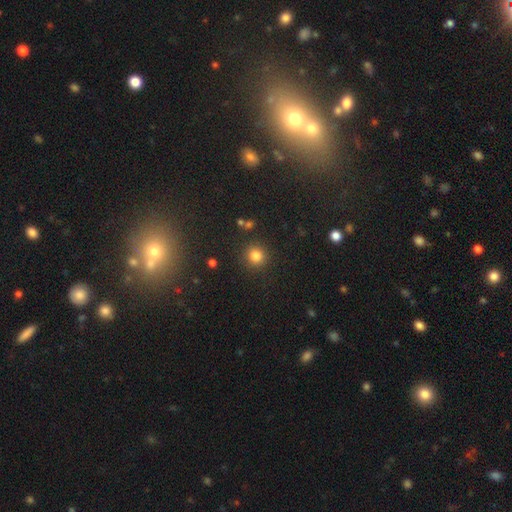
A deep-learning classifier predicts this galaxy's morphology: Smooth or featured: smooth — 82% (star or artifact — 13%)
How rounded: round — 91% (in between — 8%)
Merging: none — 88% (minor disturbance — 7%)